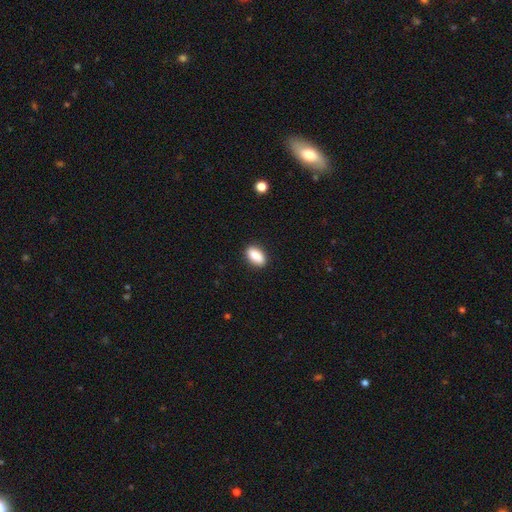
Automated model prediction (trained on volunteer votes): Morphology: type=smooth (89%); roundness=in between (91%); merging=none (88%).